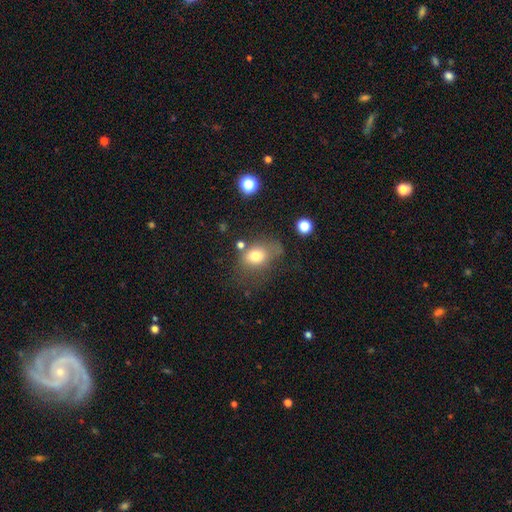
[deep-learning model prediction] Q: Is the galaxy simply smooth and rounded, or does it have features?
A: smooth — 74%.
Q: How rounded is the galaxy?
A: in between — 59%.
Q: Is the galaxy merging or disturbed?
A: none — 47%.